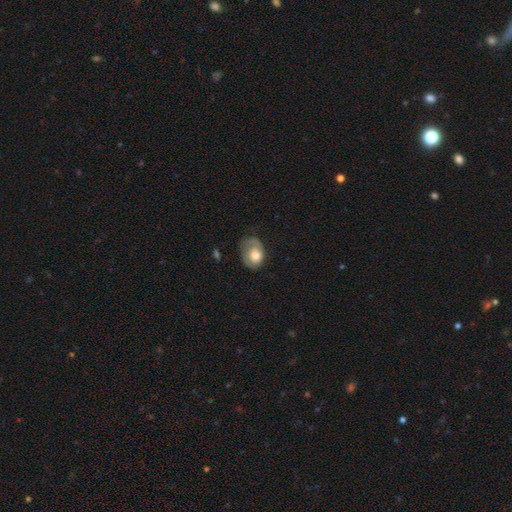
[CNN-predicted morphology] smooth_or_featured: smooth (p=0.56) [alt: featured or disk p=0.37]
how_rounded: in between (p=0.65) [alt: round p=0.34]
merging: none (p=0.39) [alt: minor disturbance p=0.33]